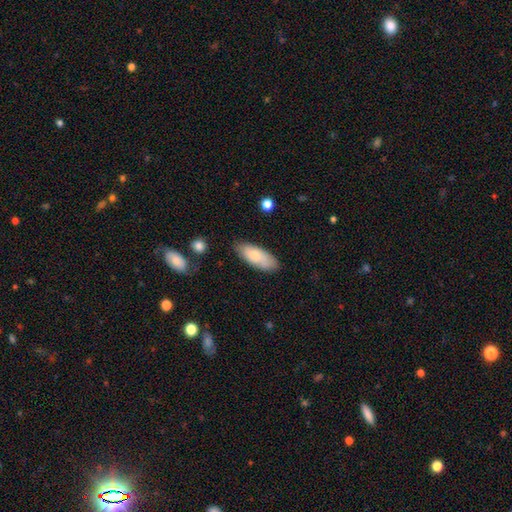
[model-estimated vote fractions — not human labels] The model was most divided on "merging": none: 76%, minor disturbance: 18%, major disturbance: 4%, merger: 2%. More confident: how rounded — in between (79%); smooth or featured — smooth (77%).